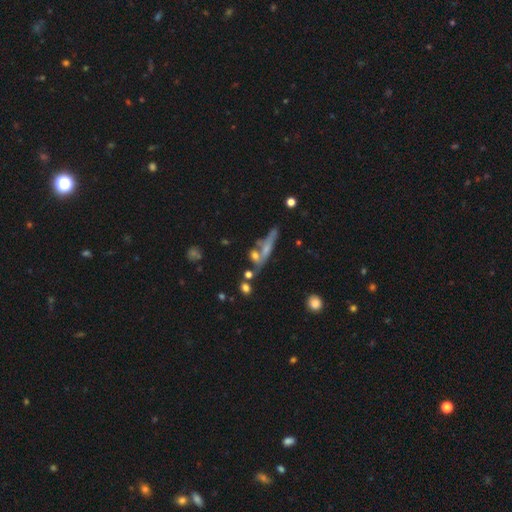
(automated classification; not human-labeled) The model was most divided on "smooth or featured": smooth: 49%, featured or disk: 37%, star or artifact: 13%. Remaining: merging — none (45%).